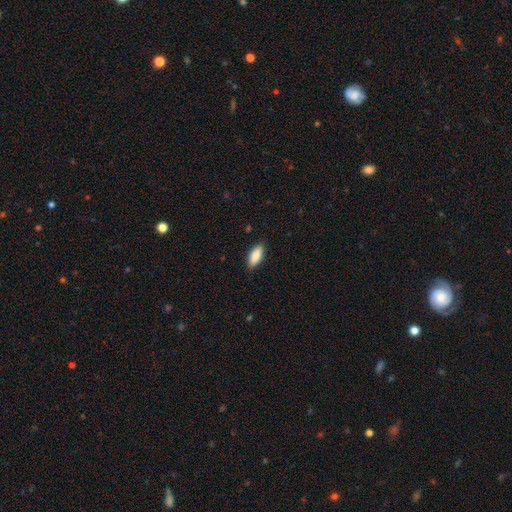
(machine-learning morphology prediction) smooth 89%, star or artifact 6%, featured or disk 5%. Down the decision tree: how rounded — in between (84%); merging — none (86%).